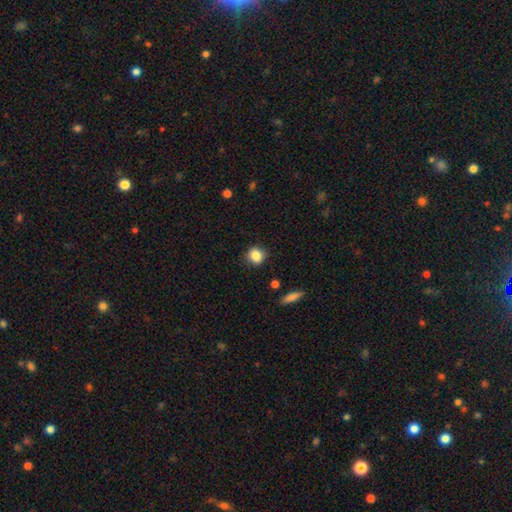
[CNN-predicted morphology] Smooth or featured?
  - smooth: 85% *
  - star or artifact: 10%
  - featured or disk: 5%
How rounded?
  - round: 77% *
  - in between: 22%
  - cigar-shaped: 1%
Merging?
  - none: 85% *
  - minor disturbance: 11%
  - major disturbance: 2%
  - merger: 2%